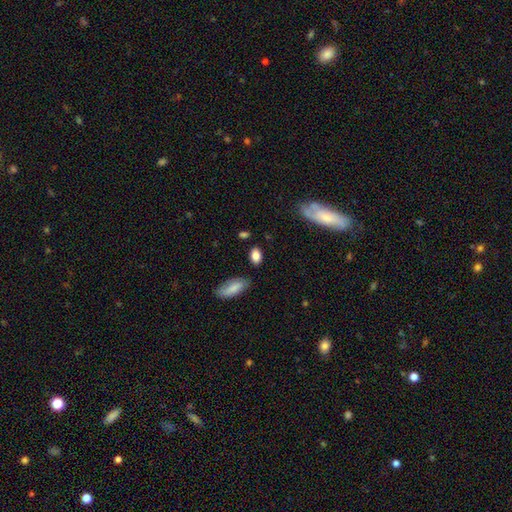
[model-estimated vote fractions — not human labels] Smooth or featured: smooth — 84% (featured or disk — 8%)
How rounded: in between — 89% (round — 7%)
Merging: none — 79% (minor disturbance — 14%)